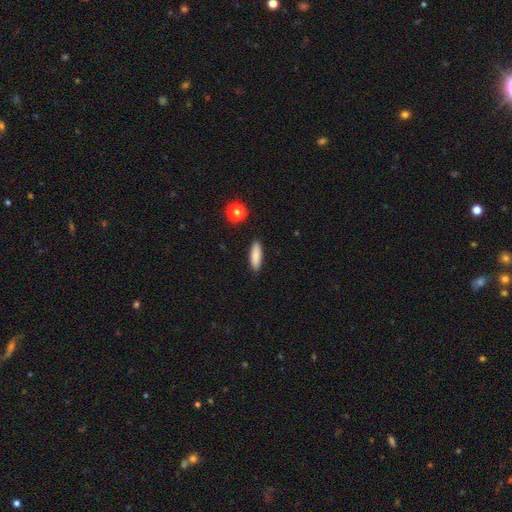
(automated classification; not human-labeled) Smooth or featured?
  - smooth: 86% *
  - star or artifact: 8%
  - featured or disk: 6%
How rounded?
  - cigar-shaped: 52% *
  - in between: 46%
  - round: 2%
Merging?
  - none: 89% *
  - minor disturbance: 8%
  - major disturbance: 2%
  - merger: 1%